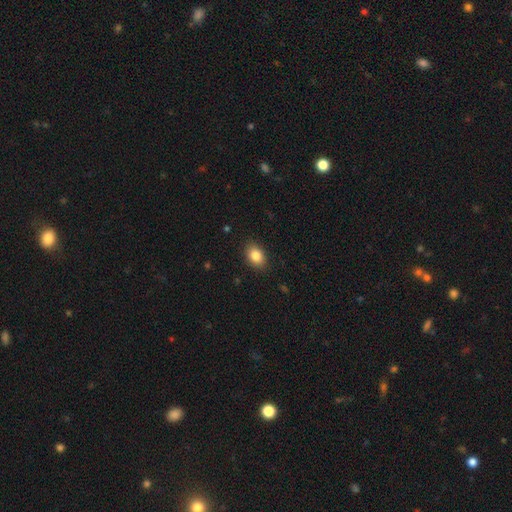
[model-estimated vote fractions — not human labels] Smooth or featured?
  - smooth: 86% *
  - star or artifact: 8%
  - featured or disk: 6%
How rounded?
  - in between: 77% *
  - round: 22%
  - cigar-shaped: 1%
Merging?
  - none: 88% *
  - minor disturbance: 9%
  - major disturbance: 2%
  - merger: 1%